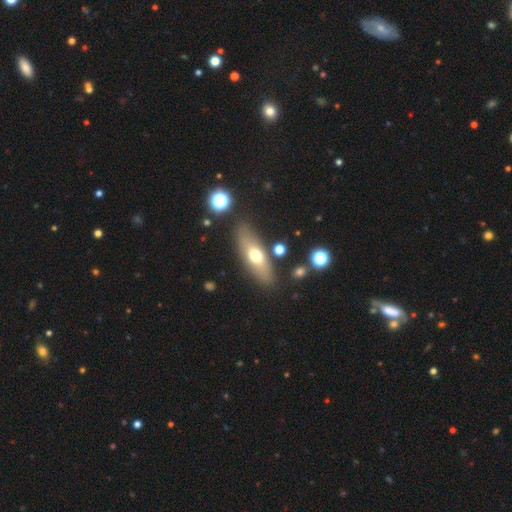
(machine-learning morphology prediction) Q: Smooth or featured?
A: smooth (59%); runner-up: featured or disk (33%)
Q: How rounded?
A: in between (57%); runner-up: cigar-shaped (39%)
Q: Merging?
A: none (81%); runner-up: minor disturbance (12%)